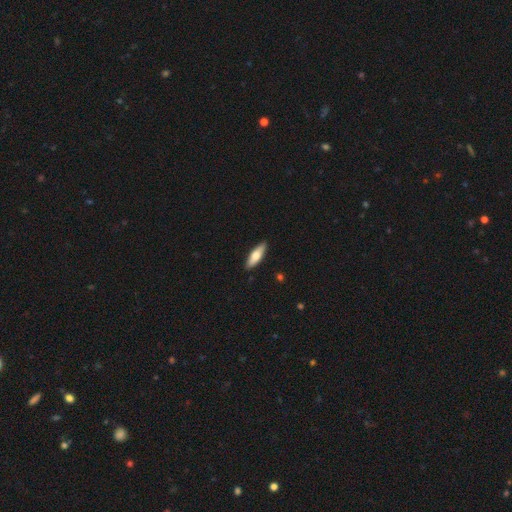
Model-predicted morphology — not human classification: type=smooth (69%); roundness=in between (50%); merging=none (89%).